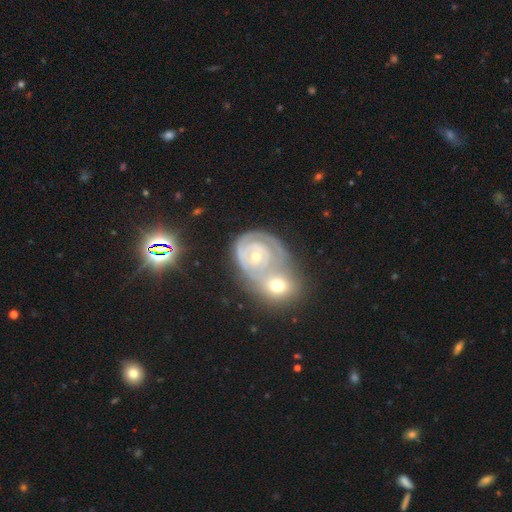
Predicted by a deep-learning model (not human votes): Smooth or featured? Predicted: featured or disk (p=0.77). Edge-on disk? Predicted: no (p=0.97). Bar? Predicted: no (p=0.81). Spiral arms? Predicted: yes (p=0.82). Spiral winding? Predicted: tight (p=0.79). Spiral arm count? Predicted: can't tell (p=0.39). Bulge size? Predicted: small (p=0.55). Merging? Predicted: merger (p=0.58).